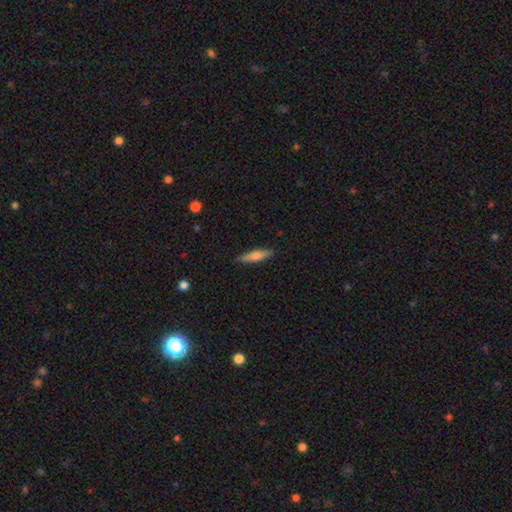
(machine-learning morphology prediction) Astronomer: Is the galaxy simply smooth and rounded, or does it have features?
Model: smooth — 65%.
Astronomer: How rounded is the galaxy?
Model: cigar-shaped — 77%.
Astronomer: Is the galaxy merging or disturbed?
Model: none — 88%.